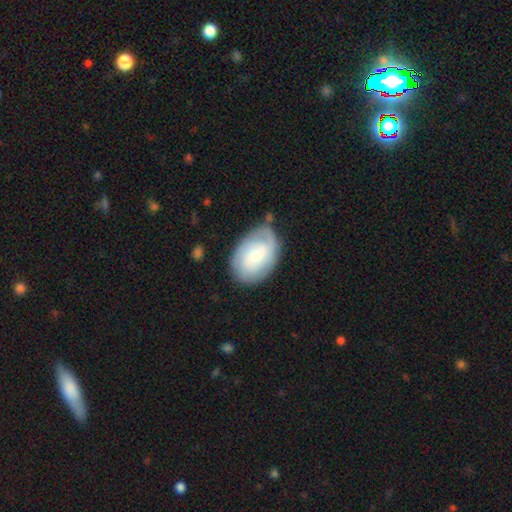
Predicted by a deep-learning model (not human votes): Smooth or featured?
  - featured or disk: 54% *
  - smooth: 40%
  - star or artifact: 6%
Edge-on disk?
  - no: 96% *
  - yes: 4%
Bar?
  - no: 50% *
  - weak: 42%
  - strong: 8%
Spiral arms?
  - yes: 81% *
  - no: 19%
Bulge size?
  - small: 49% *
  - moderate: 45%
  - large: 4%
  - none: 2%
  - dominant: 1%
Merging?
  - none: 71% *
  - minor disturbance: 21%
  - major disturbance: 6%
  - merger: 3%